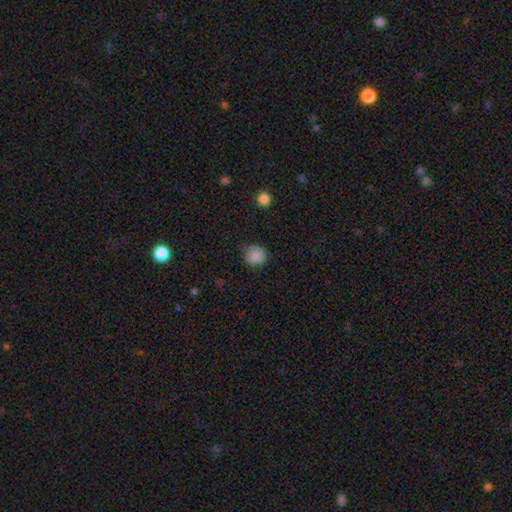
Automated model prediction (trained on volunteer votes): The model was most divided on "merging": none: 66%, minor disturbance: 27%, major disturbance: 5%, merger: 1%. More confident: smooth or featured — smooth (86%); how rounded — round (85%).